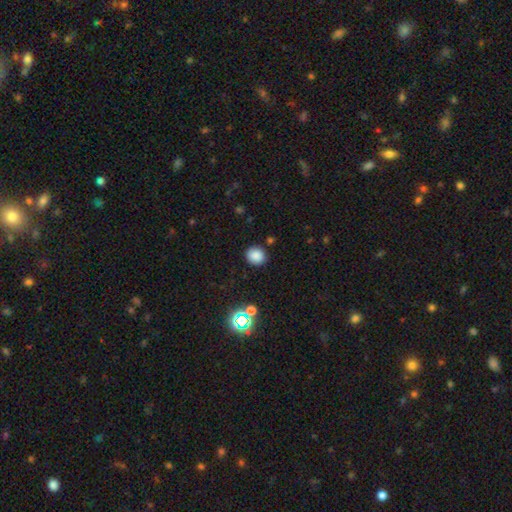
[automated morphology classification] Overall: smooth (81%). How rounded: round (77%). Merging: none (87%).